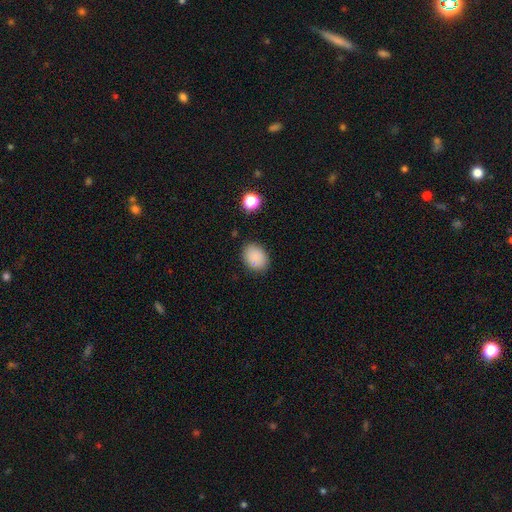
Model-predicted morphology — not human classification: Overall: smooth (86%). How rounded: in between (61%; round 39%). Merging: none (83%).